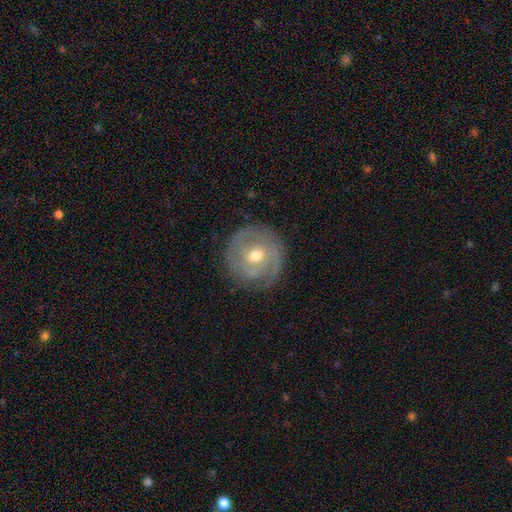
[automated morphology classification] smooth-or-featured: featured or disk: 76% | smooth: 18% | star or artifact: 6%
  disk-edge-on: no: 97% | yes: 3%
    bar: no: 54% | weak: 36% | strong: 9%
    has-spiral-arms: yes: 85% | no: 15%
      spiral-winding: tight: 64% | medium: 27% | loose: 9%
      spiral-arm-count: 2: 40% | can't tell: 28% | 3: 14% | 1: 9% | 4: 4% | more than 4: 4%
    bulge-size: moderate: 72% | small: 22% | large: 3% | none: 1% | dominant: 1%
  merging: none: 79% | minor disturbance: 14% | major disturbance: 6% | merger: 1%